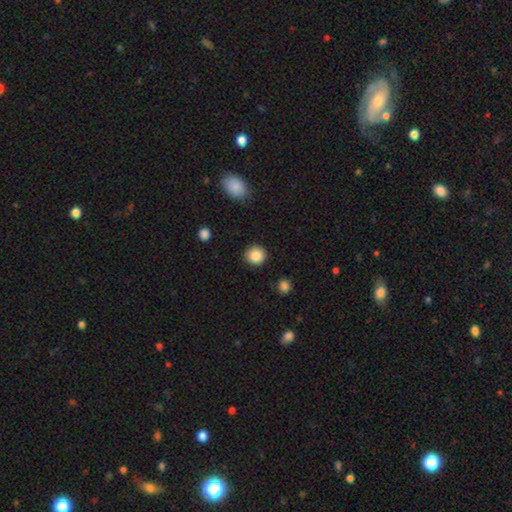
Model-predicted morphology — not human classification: The model was most divided on "smooth or featured": smooth: 88%, star or artifact: 9%, featured or disk: 3%. More confident: how rounded — round (92%); merging — none (91%).